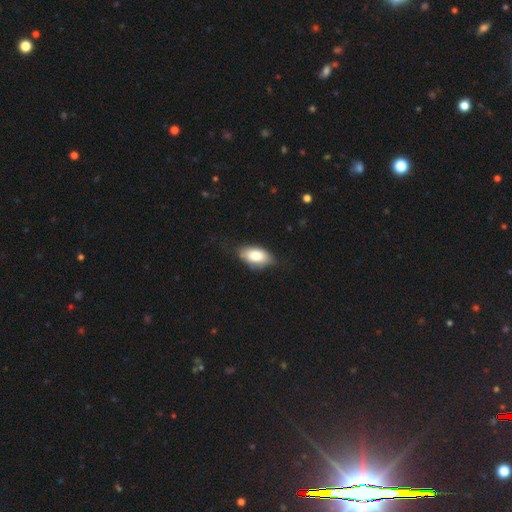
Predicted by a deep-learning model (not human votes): This appears to be a smooth galaxy with no disk features (80%) that is in between round and cigar-shaped (93%). Merging: none (71%).